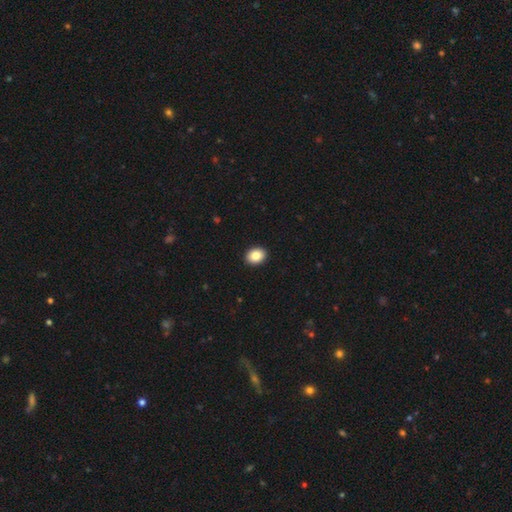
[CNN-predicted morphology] smooth-or-featured: smooth: 87% | star or artifact: 8% | featured or disk: 5%
  how-rounded: in between: 60% | round: 39% | cigar-shaped: 1%
  merging: none: 92% | minor disturbance: 5% | major disturbance: 1% | merger: 1%